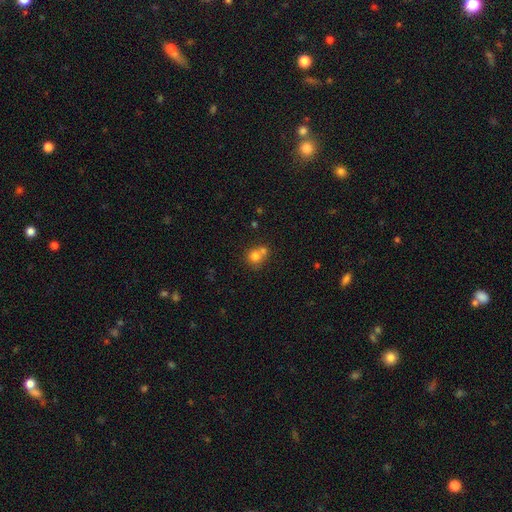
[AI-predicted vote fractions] Smooth or featured? smooth (75%)
How rounded? round (82%)
Merging? merger (50%)